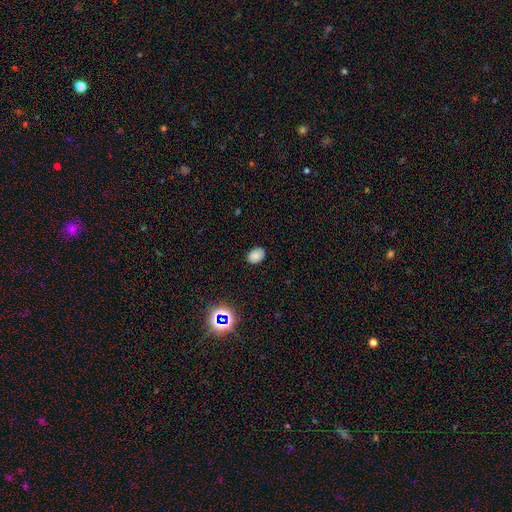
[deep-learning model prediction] Q: Smooth or featured?
A: smooth (82%); runner-up: star or artifact (13%)
Q: How rounded?
A: in between (74%); runner-up: round (25%)
Q: Merging?
A: none (85%); runner-up: minor disturbance (11%)